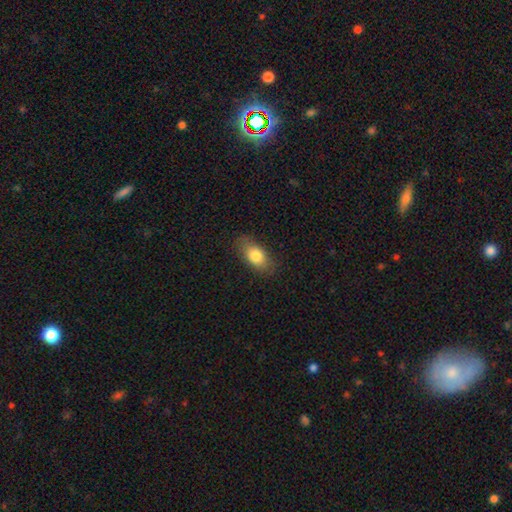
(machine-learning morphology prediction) This is clearly a smooth galaxy (80%). How rounded: clearly in between (87%). Merging: clearly none (81%).